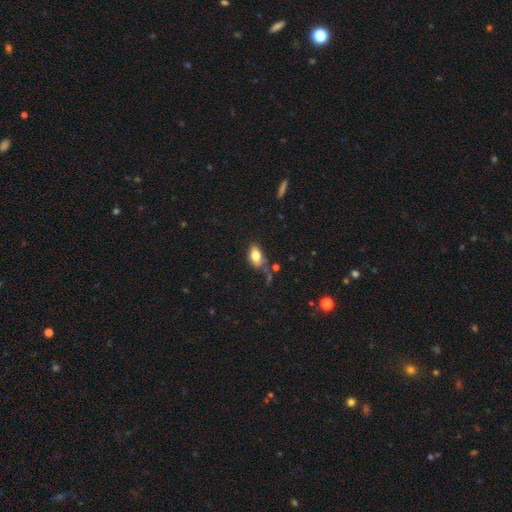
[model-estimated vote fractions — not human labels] A smooth galaxy with no disk features (78%) that is in between round and cigar-shaped (88%).

Vote fractions:
- Smooth or featured? smooth: 78% / featured or disk: 13% / star or artifact: 8%
- How rounded? in between: 88% / round: 7% / cigar-shaped: 4%
- Merging? none: 58% / minor disturbance: 23% / merger: 11% / major disturbance: 9%